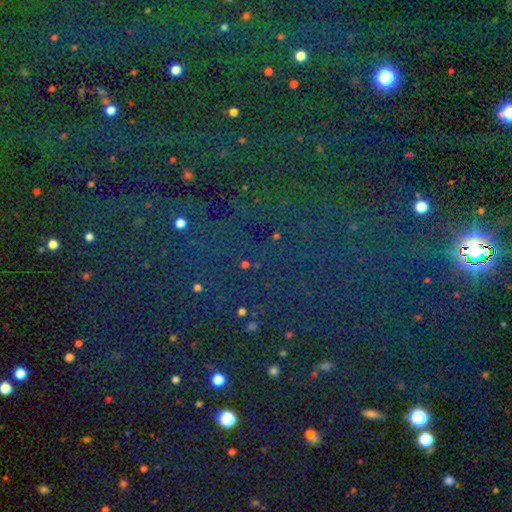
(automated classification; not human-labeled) Morphology: type=star or artifact (78%).